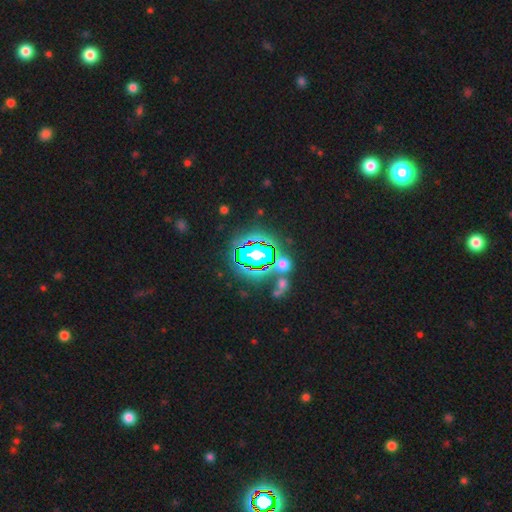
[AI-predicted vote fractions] This appears to be a star or artifact, not a galaxy (65%).